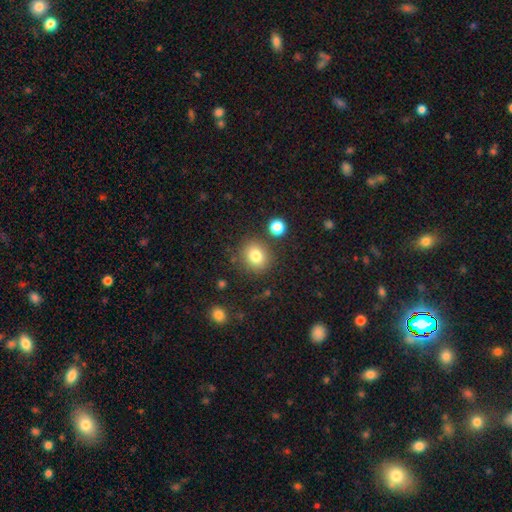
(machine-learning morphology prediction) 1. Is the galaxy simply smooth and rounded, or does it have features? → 80% smooth, 12% star or artifact, 8% featured or disk.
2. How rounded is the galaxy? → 79% round, 20% in between, 1% cigar-shaped.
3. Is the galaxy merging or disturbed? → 83% none, 9% minor disturbance, 5% merger, 3% major disturbance.